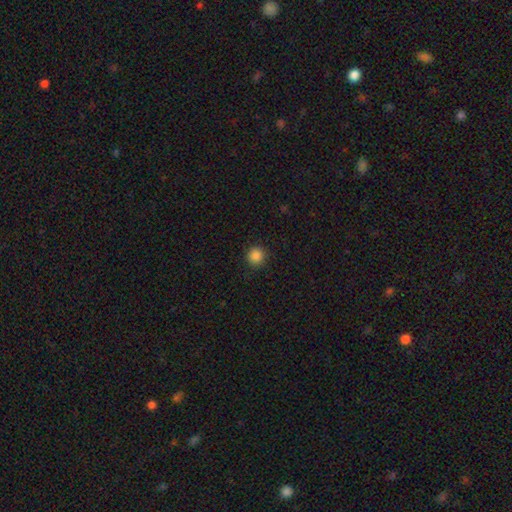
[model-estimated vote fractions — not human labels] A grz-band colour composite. It shows a smooth galaxy with no disk features (86%) that is round (94%). Merging: none (91%).